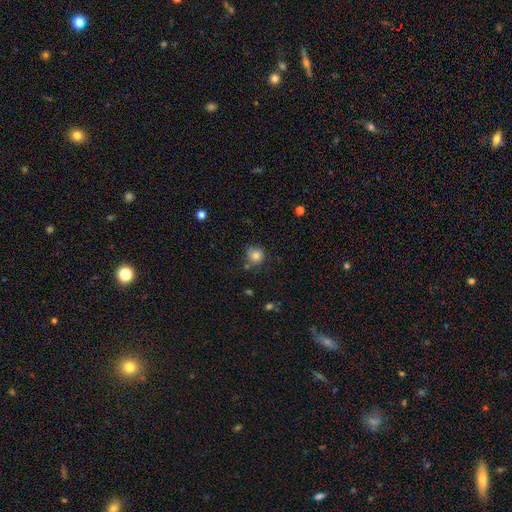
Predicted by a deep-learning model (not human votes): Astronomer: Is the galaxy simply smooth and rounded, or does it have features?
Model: smooth — 81%.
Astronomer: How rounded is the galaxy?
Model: round — 89%.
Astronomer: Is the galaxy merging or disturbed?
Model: none — 73%.